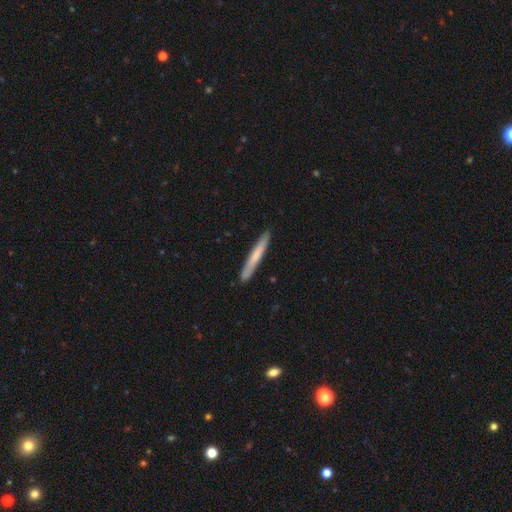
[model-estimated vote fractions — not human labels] A smooth galaxy with no disk features (67%) that is cigar-shaped (96%).

Vote fractions:
- Smooth or featured? smooth: 67% / featured or disk: 28% / star or artifact: 5%
- How rounded? cigar-shaped: 96% / in between: 3% / round: 1%
- Merging? none: 90% / minor disturbance: 8% / major disturbance: 1% / merger: 1%